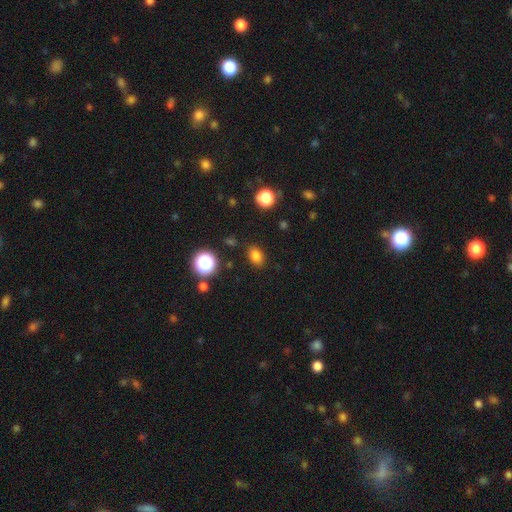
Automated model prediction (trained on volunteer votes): This is likely a smooth galaxy (80%). How rounded: likely in between (71%). Merging: clearly none (85%).